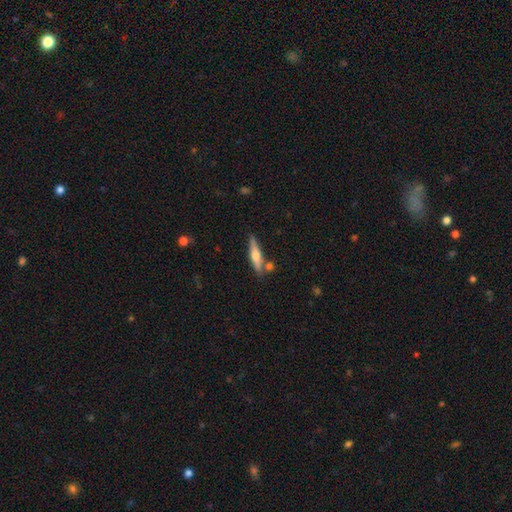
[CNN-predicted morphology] Smooth or featured: featured or disk — 54% (smooth — 41%)
Edge-on disk: yes — 94% (no — 6%)
Edge-on bulge: rounded — 92% (none — 4%)
Merging: none — 78% (minor disturbance — 11%)